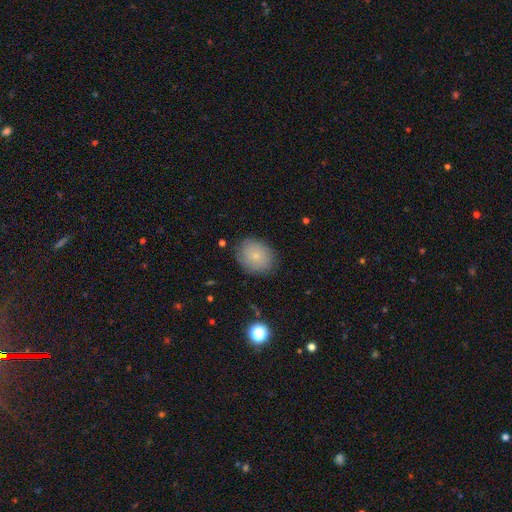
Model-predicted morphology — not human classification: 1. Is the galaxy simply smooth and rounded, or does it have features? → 72% smooth, 19% featured or disk, 9% star or artifact.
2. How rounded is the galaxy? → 61% round, 38% in between, 1% cigar-shaped.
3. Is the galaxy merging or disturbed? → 81% none, 14% minor disturbance, 4% major disturbance, 1% merger.